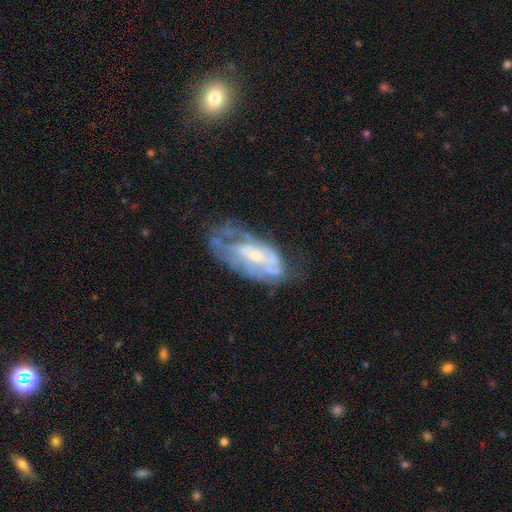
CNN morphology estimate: This is likely a featured or disk galaxy (72%). It is clearly not viewed edge-on (93%). Bar: likely no (62%). Spiral arm pattern: possibly yes (60%). Central bulge: possibly small (58%). Merging: marginally none (45%).